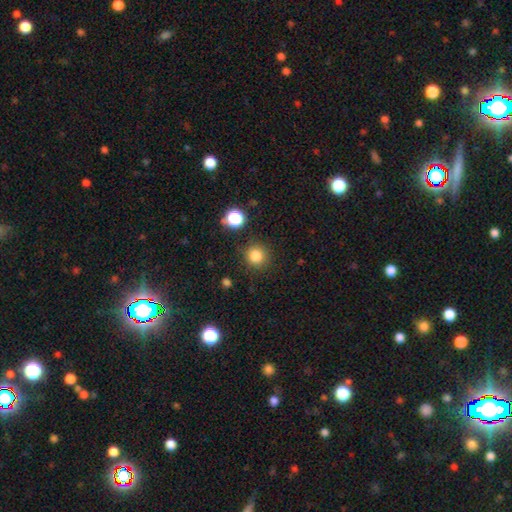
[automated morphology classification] Overall: smooth (82%). How rounded: round (93%). Merging: none (86%).